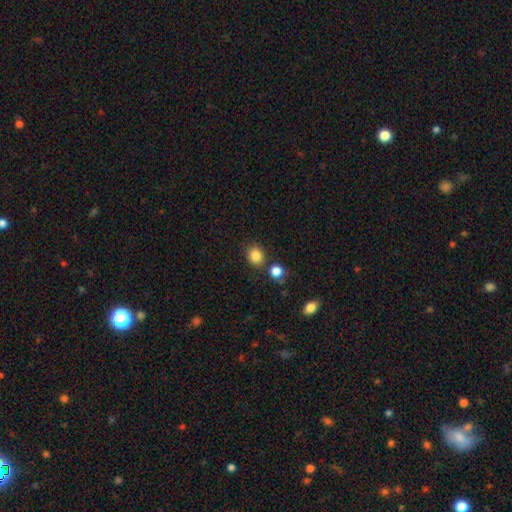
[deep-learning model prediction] Smooth or featured? Predicted: smooth (p=0.85). How rounded? Predicted: round (p=0.71). Merging? Predicted: none (p=0.77).